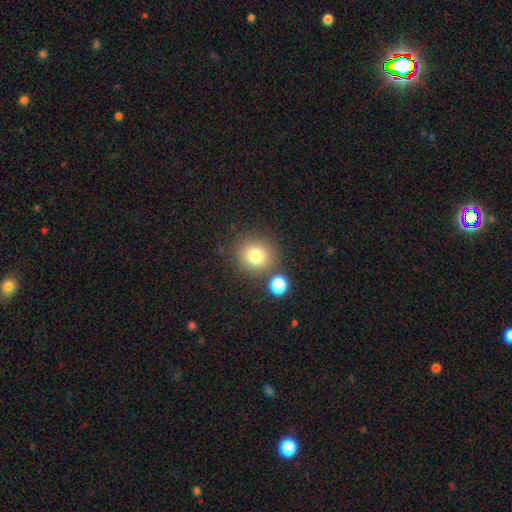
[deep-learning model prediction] This appears to be a smooth galaxy with no disk features (78%) that is round (91%). Merging: none (79%).